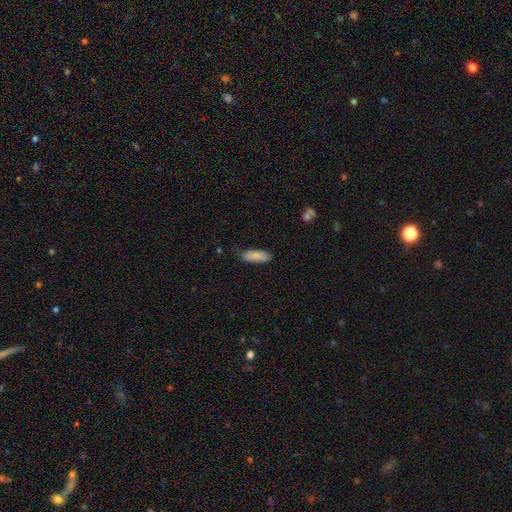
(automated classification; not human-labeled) A smooth galaxy with no disk features (85%) that is in between round and cigar-shaped (67%).

Vote fractions:
- Smooth or featured? smooth: 85% / featured or disk: 9% / star or artifact: 6%
- How rounded? in between: 67% / cigar-shaped: 31% / round: 2%
- Merging? none: 74% / minor disturbance: 21% / major disturbance: 3% / merger: 2%